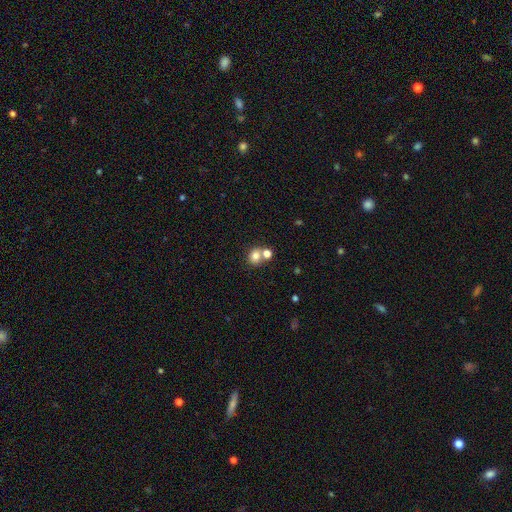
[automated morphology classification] The model was most divided on "merging": none: 49%, merger: 40%, minor disturbance: 8%, major disturbance: 3%. More confident: smooth or featured — smooth (77%); how rounded — round (74%).